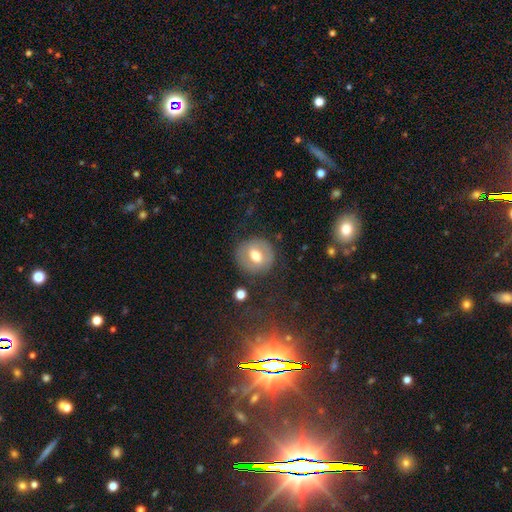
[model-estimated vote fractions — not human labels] A smooth galaxy with no disk features (53%) that is round (85%). Merging: none (82%).